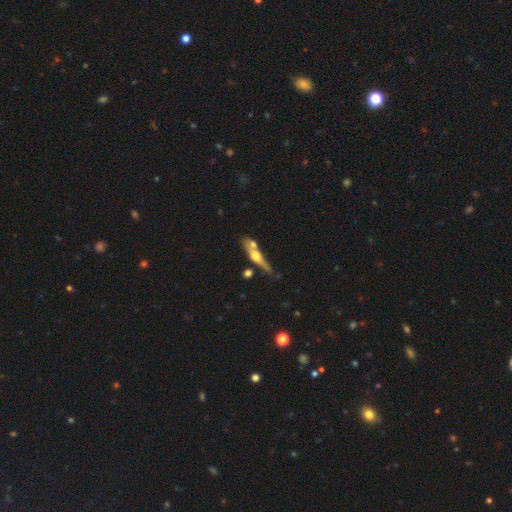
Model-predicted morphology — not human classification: This appears to be a featured or disk galaxy (59%) viewed edge-on (87%) with a rounded central bulge (92%). Merging: none (50%).